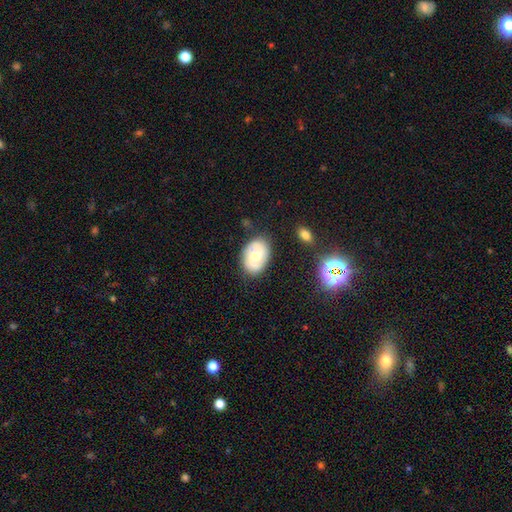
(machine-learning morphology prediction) This appears to be a featured or disk galaxy (50%). Merging: none (78%).